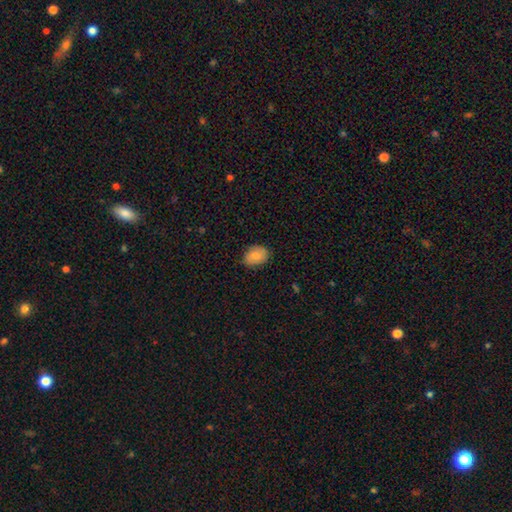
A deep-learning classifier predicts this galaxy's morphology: Overall: smooth (81%). How rounded: in between (71%). Merging: none (79%).